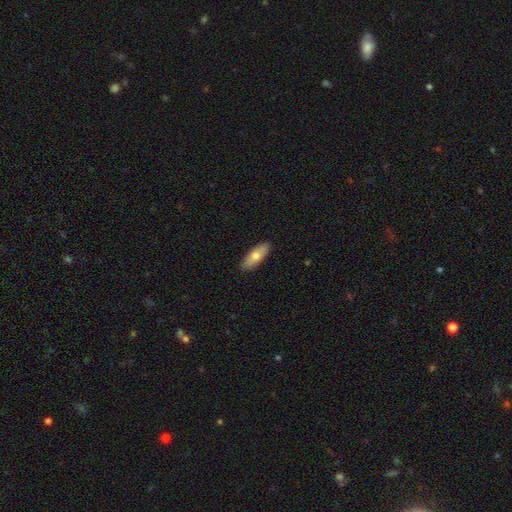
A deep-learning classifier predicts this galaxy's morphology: The model was most divided on "how rounded": in between: 64%, cigar-shaped: 33%, round: 2%. More confident: merging — none (90%); smooth or featured — smooth (69%).